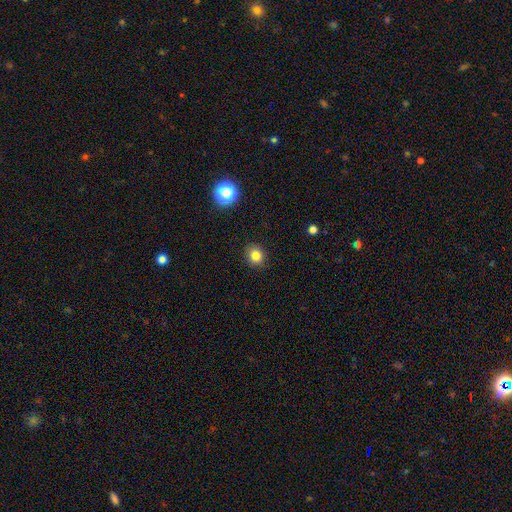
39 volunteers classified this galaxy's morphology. Volunteers were most divided on "how rounded": round: 68%, in between: 32%, cigar-shaped: 0%. More confident: merging — none (97%); smooth or featured — smooth (87%).